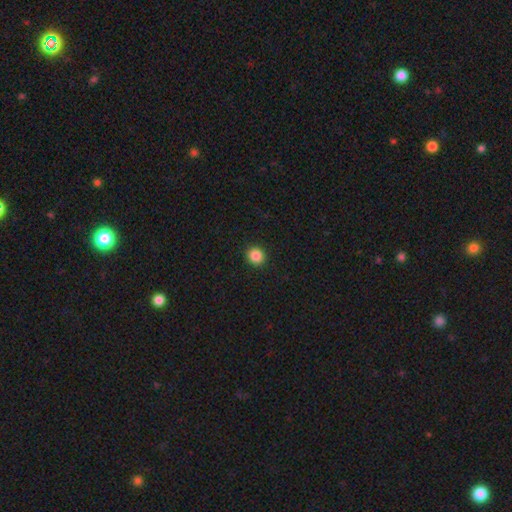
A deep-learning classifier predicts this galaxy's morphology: This is clearly a smooth galaxy (86%). How rounded: clearly round (91%). Merging: clearly none (93%).